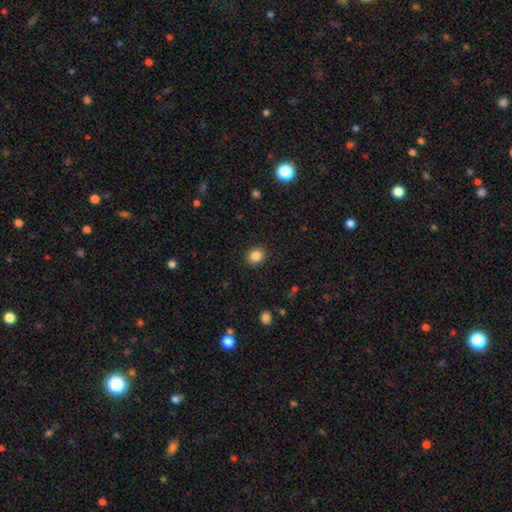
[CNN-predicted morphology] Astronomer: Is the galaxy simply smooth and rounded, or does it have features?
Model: smooth — 85%.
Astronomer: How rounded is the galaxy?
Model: round — 70%.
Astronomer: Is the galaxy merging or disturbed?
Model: none — 90%.